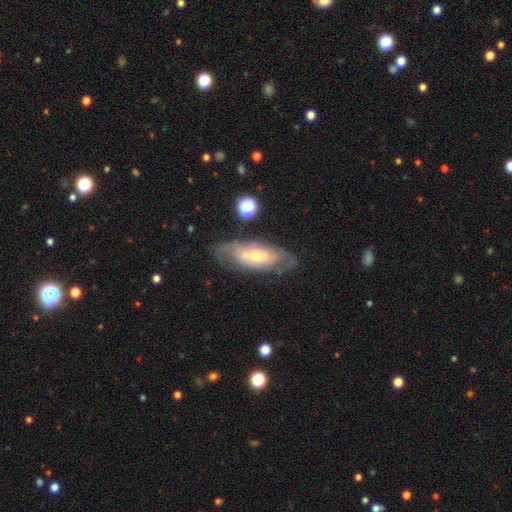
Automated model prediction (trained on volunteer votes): The model was most divided on "bulge size": moderate: 50%, small: 44%, large: 4%, none: 1%, dominant: 1%. More confident: edge-on disk — no (83%); spiral arms — yes (70%); merging — none (68%); smooth or featured — featured or disk (66%); bar — no (66%).